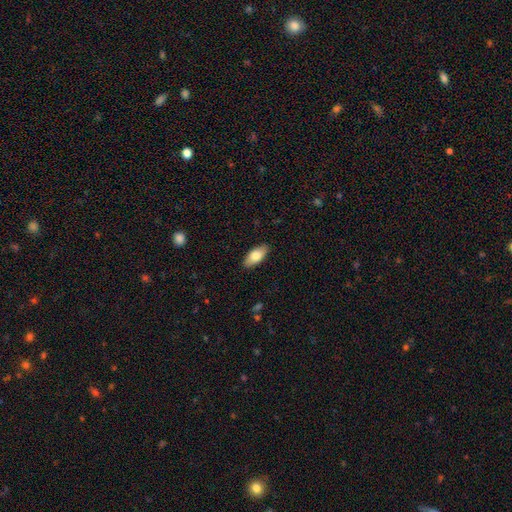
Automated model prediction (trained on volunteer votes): smooth 78%, featured or disk 16%, star or artifact 6%. Down the decision tree: how rounded — in between (87%); merging — none (89%).